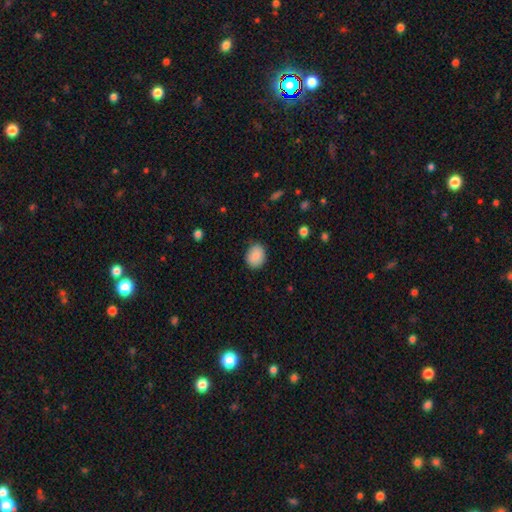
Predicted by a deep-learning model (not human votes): Smooth or featured?
  - smooth: 89% *
  - star or artifact: 7%
  - featured or disk: 4%
How rounded?
  - round: 51% *
  - in between: 48%
  - cigar-shaped: 1%
Merging?
  - none: 82% *
  - minor disturbance: 14%
  - major disturbance: 3%
  - merger: 1%